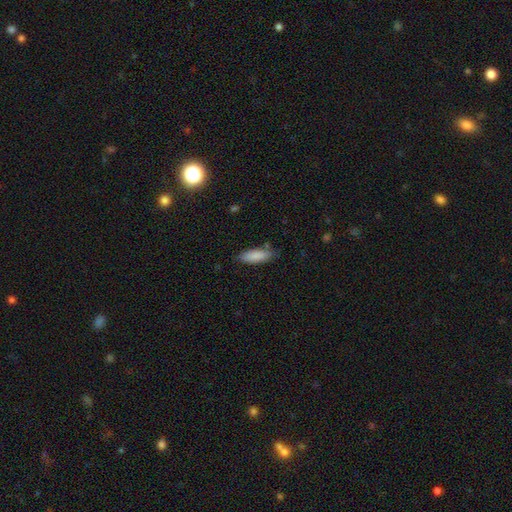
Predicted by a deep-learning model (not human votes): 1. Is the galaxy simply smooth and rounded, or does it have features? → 86% smooth, 8% featured or disk, 6% star or artifact.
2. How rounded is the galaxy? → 61% in between, 37% cigar-shaped, 2% round.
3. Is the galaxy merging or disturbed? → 77% none, 17% minor disturbance, 3% major disturbance, 3% merger.